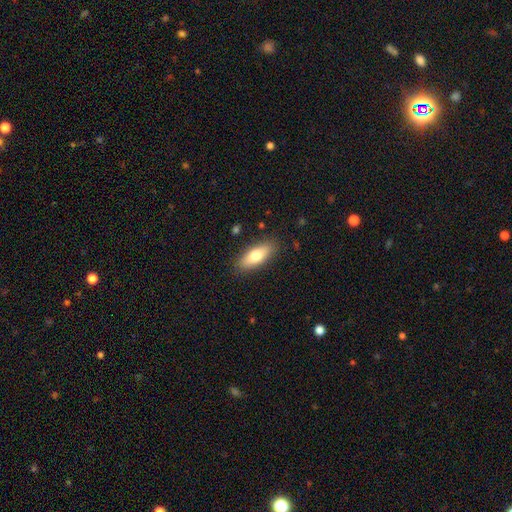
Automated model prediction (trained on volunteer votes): This appears to be a smooth galaxy with no disk features (74%) that is in between round and cigar-shaped (73%). Merging: none (86%).